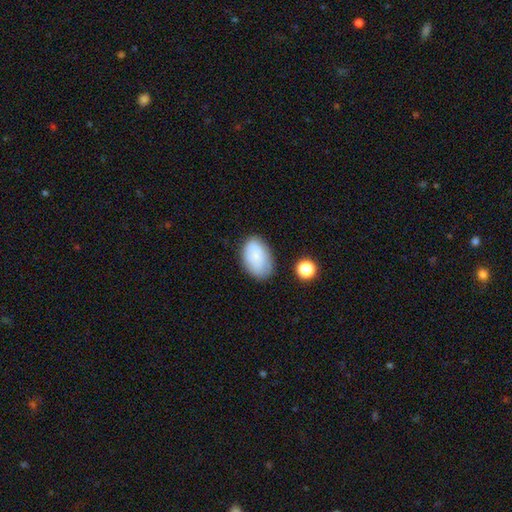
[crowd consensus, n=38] Overall: smooth (74%). How rounded: in between (89%). Merging: none (56%; minor disturbance 38%).